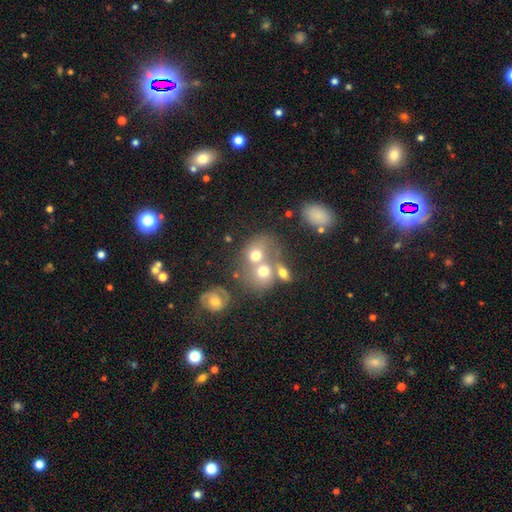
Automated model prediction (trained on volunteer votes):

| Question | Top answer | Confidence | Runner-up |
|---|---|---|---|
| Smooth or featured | smooth | 60% | featured or disk (27%) |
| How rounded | round | 60% | in between (38%) |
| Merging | merger | 55% | none (28%) |